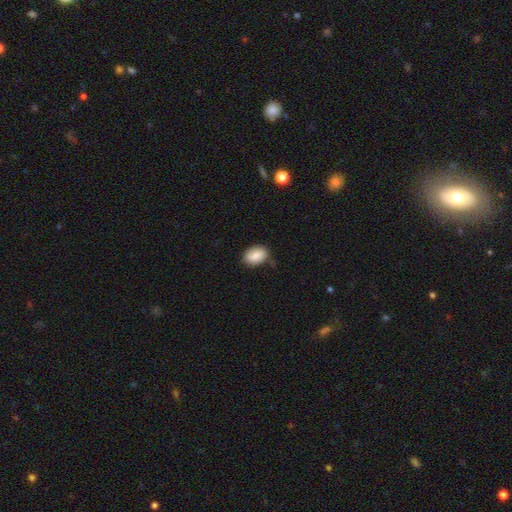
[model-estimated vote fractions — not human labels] smooth 86%, star or artifact 7%, featured or disk 7%. Down the decision tree: how rounded — in between (83%); merging — none (75%).